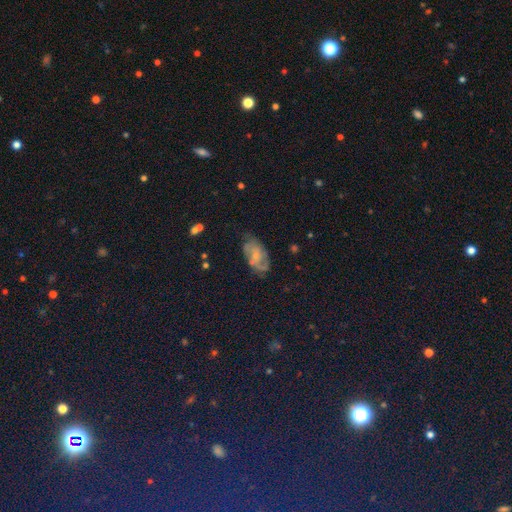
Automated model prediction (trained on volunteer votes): Morphology: type=featured or disk (56%); edge-on=no (95%); bar=no (61%); spiral arms=yes (76%); bulge=small (51%); merging=none (62%).